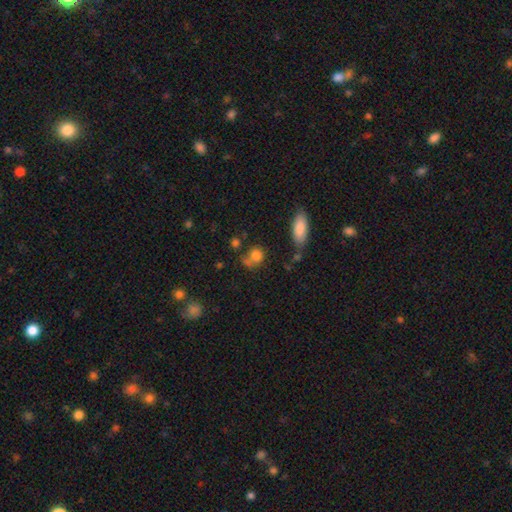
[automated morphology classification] This is likely a smooth galaxy (80%). How rounded: likely round (76%). Merging: possibly none (54%).